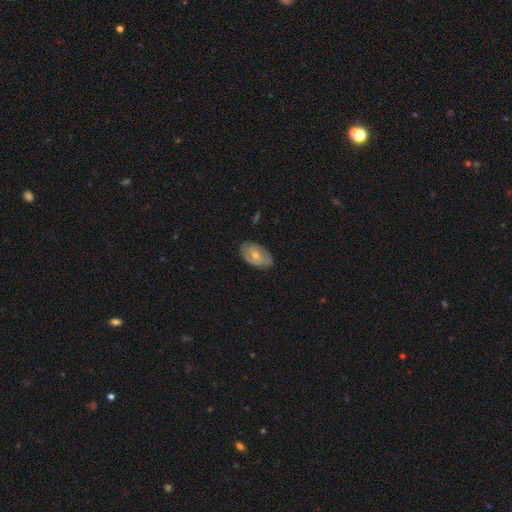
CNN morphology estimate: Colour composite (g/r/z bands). It shows a featured or disk galaxy (55%) with no bar (67%), spiral arms (57%) and a moderate central bulge (57%). Merging: none (79%).